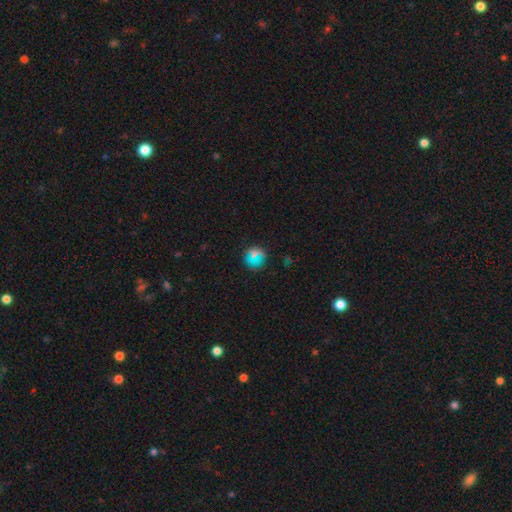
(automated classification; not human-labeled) A smooth galaxy with no disk features (64%) that is round (91%).

Vote fractions:
- Smooth or featured? smooth: 64% / star or artifact: 20% / featured or disk: 15%
- How rounded? round: 91% / in between: 8% / cigar-shaped: 1%
- Merging? none: 80% / minor disturbance: 13% / major disturbance: 5% / merger: 3%